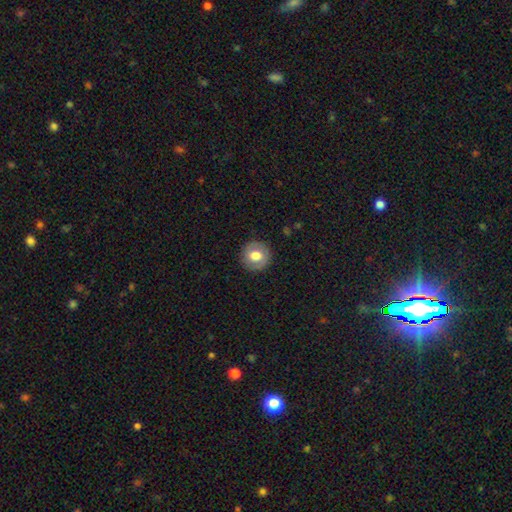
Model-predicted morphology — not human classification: smooth-or-featured: smooth: 70% | featured or disk: 23% | star or artifact: 8%
  how-rounded: round: 92% | in between: 7% | cigar-shaped: 1%
  merging: none: 89% | minor disturbance: 8% | major disturbance: 2% | merger: 1%